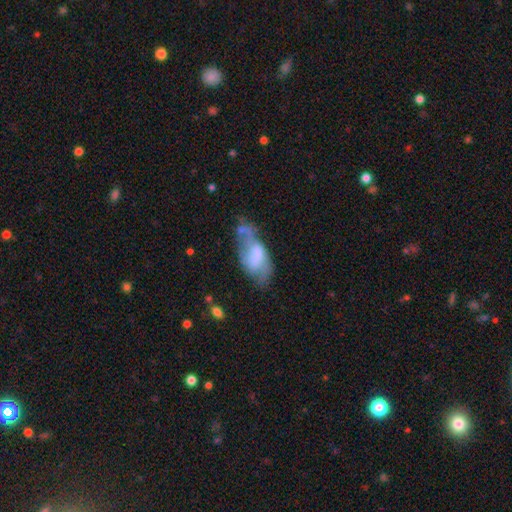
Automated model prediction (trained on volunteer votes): This appears to be a featured or disk galaxy (50%). Merging: none (32%).